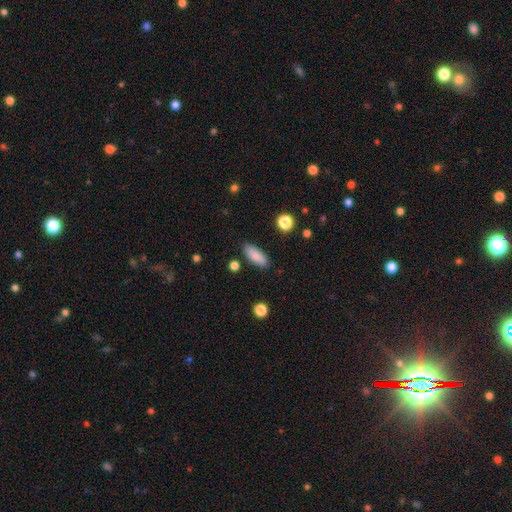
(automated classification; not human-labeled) Overall: smooth (87%). How rounded: in between (71%). Merging: none (86%).